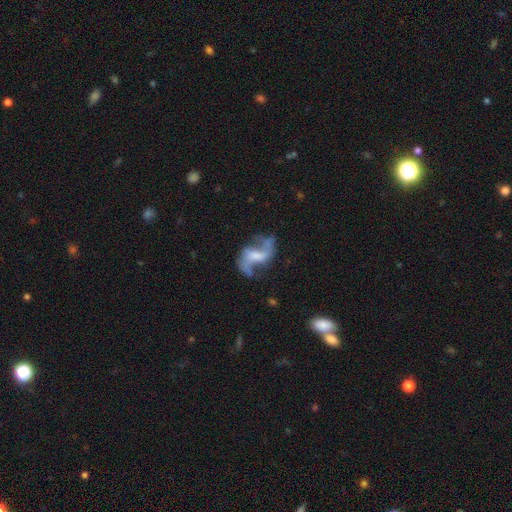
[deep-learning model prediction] smooth_or_featured: featured or disk (p=0.85) [alt: smooth p=0.09]
disk_edge_on: no (p=0.97) [alt: yes p=0.03]
bar: weak (p=0.47) [alt: no p=0.27]
has_spiral_arms: yes (p=0.93) [alt: no p=0.07]
spiral_winding: loose (p=0.72) [alt: medium p=0.24]
spiral_arm_count: 2 (p=0.91) [alt: can't tell p=0.03]
bulge_size: moderate (p=0.34) [alt: small p=0.33]
merging: none (p=0.60) [alt: minor disturbance p=0.18]